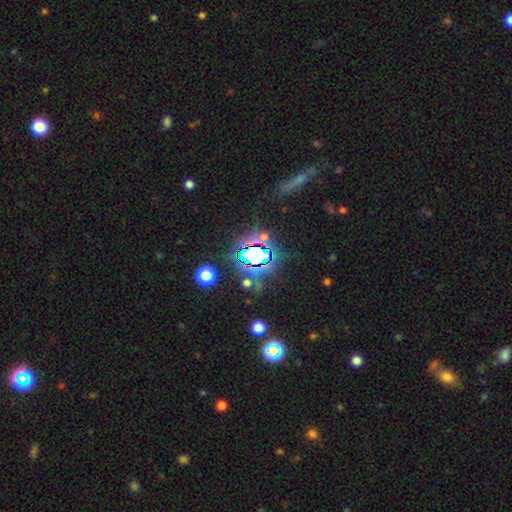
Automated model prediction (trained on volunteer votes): Overall: star or artifact (71%).